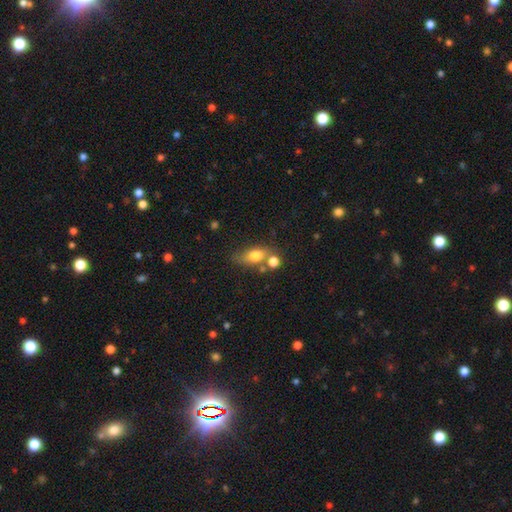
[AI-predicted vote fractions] This is likely a smooth galaxy (72%). How rounded: likely in between (70%). Merging: possibly none (53%).